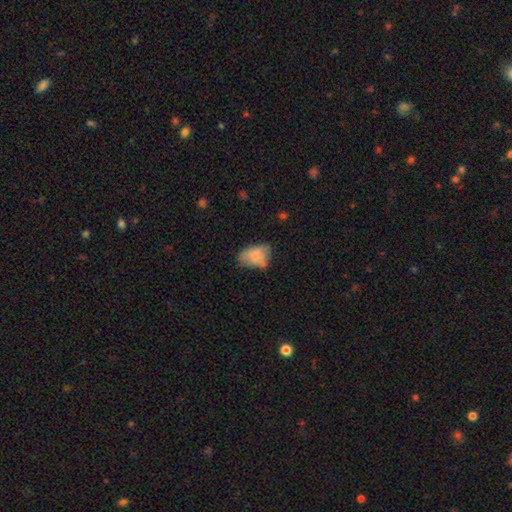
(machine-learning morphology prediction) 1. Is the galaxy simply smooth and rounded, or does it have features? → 76% smooth, 15% featured or disk, 9% star or artifact.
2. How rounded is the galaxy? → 83% in between, 16% round, 1% cigar-shaped.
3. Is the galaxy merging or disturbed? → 45% none, 37% minor disturbance, 14% major disturbance, 4% merger.